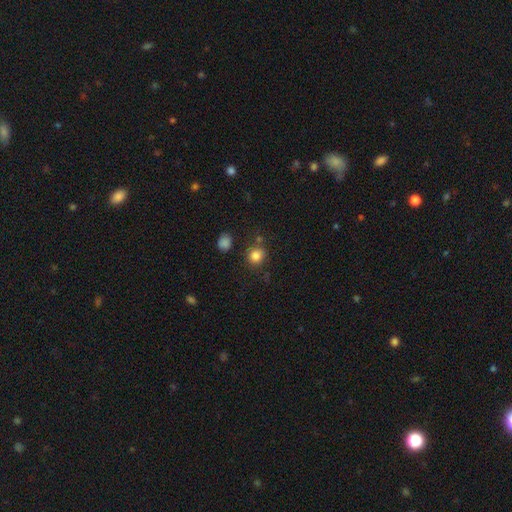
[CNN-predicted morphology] Smooth or featured? Predicted: smooth (p=0.84). How rounded? Predicted: round (p=0.84). Merging? Predicted: none (p=0.78).